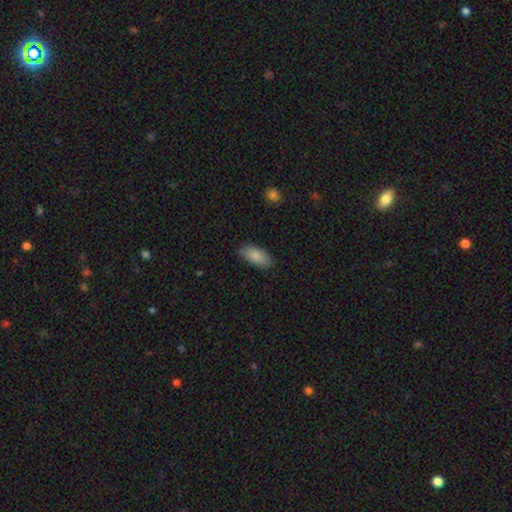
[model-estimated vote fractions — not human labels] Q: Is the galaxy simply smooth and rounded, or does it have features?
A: smooth — 87%.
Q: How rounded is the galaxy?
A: in between — 88%.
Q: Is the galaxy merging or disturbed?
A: none — 81%.